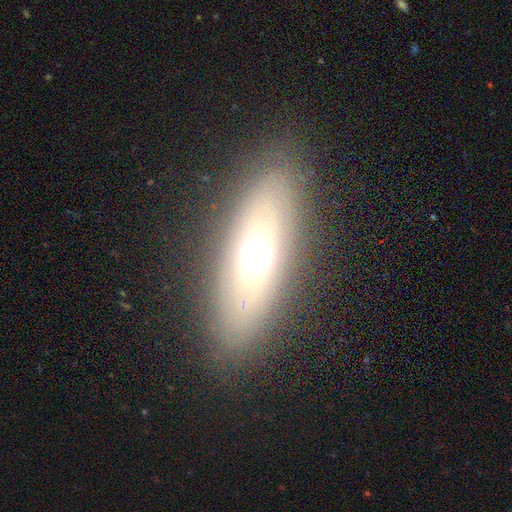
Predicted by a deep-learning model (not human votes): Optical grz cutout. It shows a smooth galaxy with no disk features (45%, tied with featured or disk). Merging: none (85%).